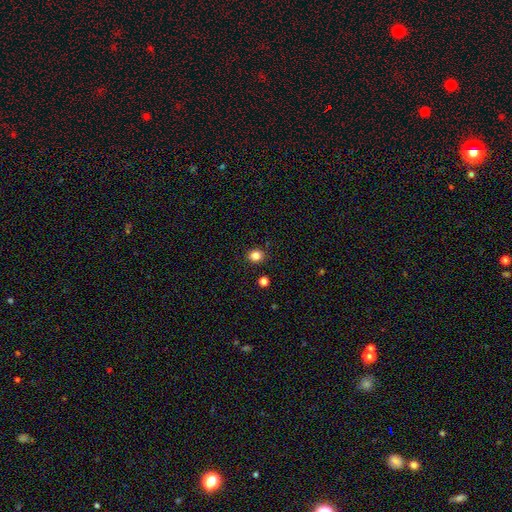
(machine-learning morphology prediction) Smooth or featured? smooth (83%)
How rounded? round (77%)
Merging? none (90%)